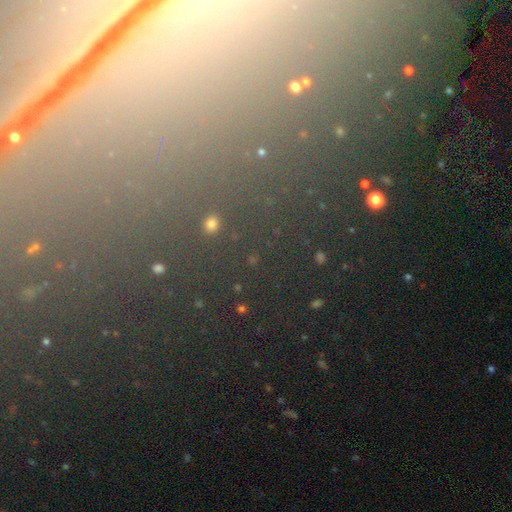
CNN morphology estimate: smooth-or-featured: star or artifact: 66% | smooth: 19% | featured or disk: 15%